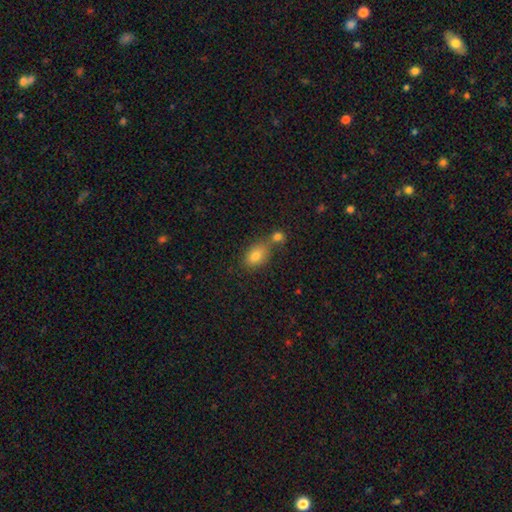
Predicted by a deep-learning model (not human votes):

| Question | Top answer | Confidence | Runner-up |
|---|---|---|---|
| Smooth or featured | smooth | 80% | star or artifact (11%) |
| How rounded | in between | 75% | round (23%) |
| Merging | none | 50% | merger (34%) |